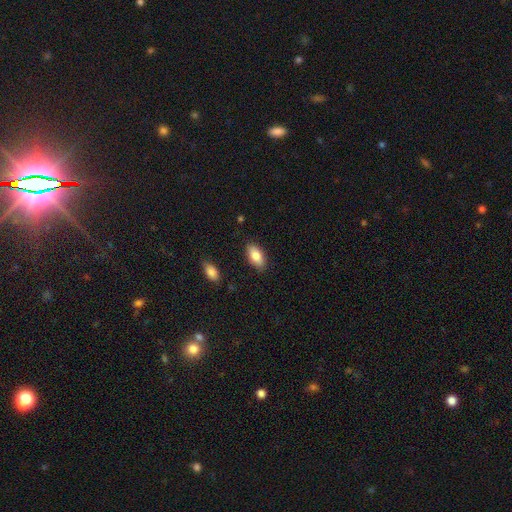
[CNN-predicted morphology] smooth 83%, featured or disk 11%, star or artifact 7%. Down the decision tree: how rounded — in between (91%); merging — none (86%).